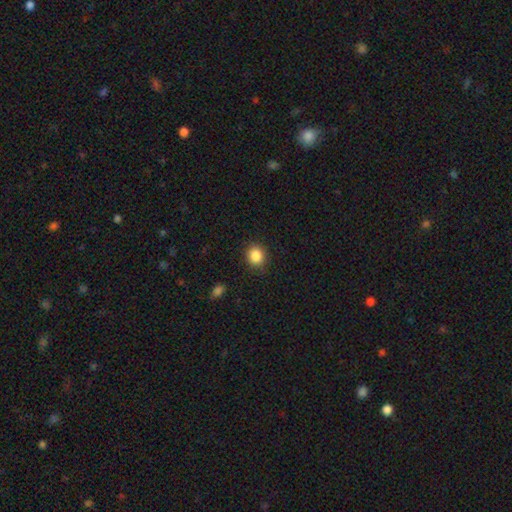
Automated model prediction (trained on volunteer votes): Overall: smooth (87%). How rounded: round (76%). Merging: none (88%).